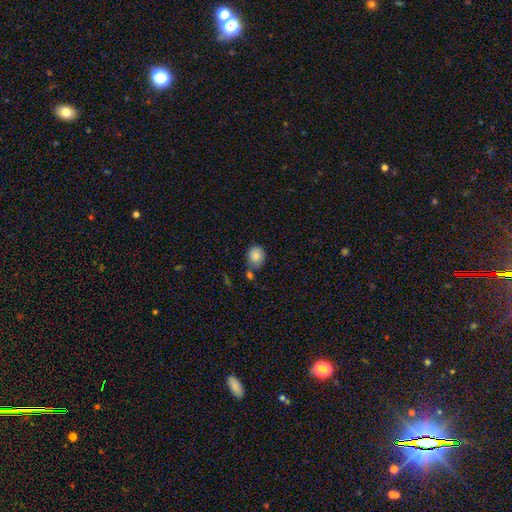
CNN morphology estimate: type=smooth (87%); roundness=round (79%); merging=none (65%).